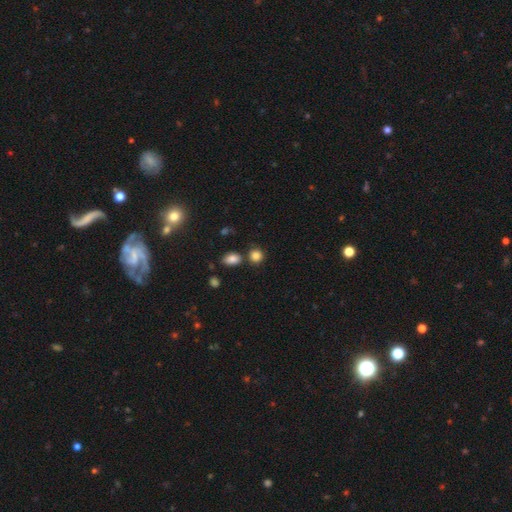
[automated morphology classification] This is clearly a smooth galaxy (85%). How rounded: clearly round (81%). Merging: likely none (73%).